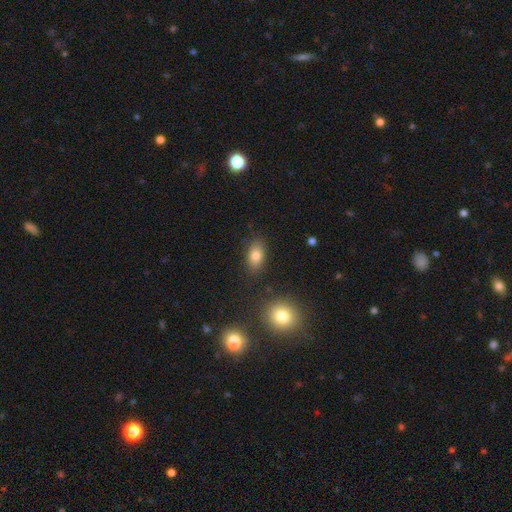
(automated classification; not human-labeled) Smooth or featured? smooth (79%)
How rounded? in between (86%)
Merging? none (83%)